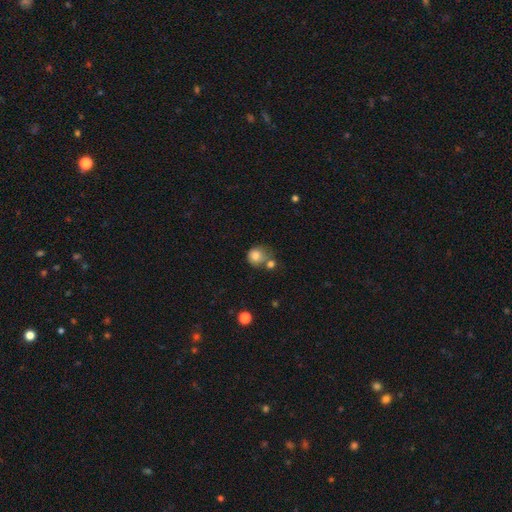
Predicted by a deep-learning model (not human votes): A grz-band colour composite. It shows a smooth galaxy with no disk features (79%) that is round (86%). Merging: none (49%).